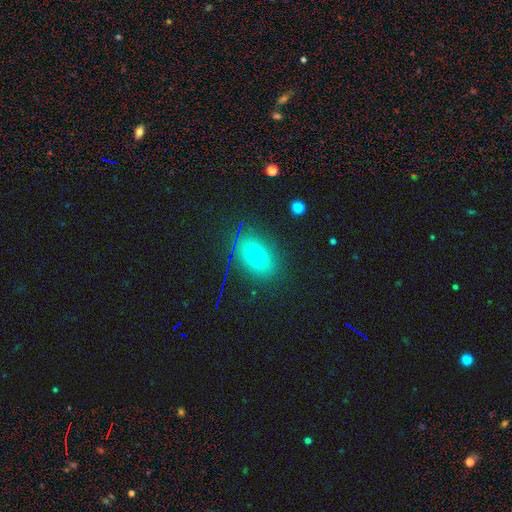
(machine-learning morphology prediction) Smooth or featured? Predicted: smooth (p=0.64). How rounded? Predicted: in between (p=0.78). Merging? Predicted: none (p=0.84).